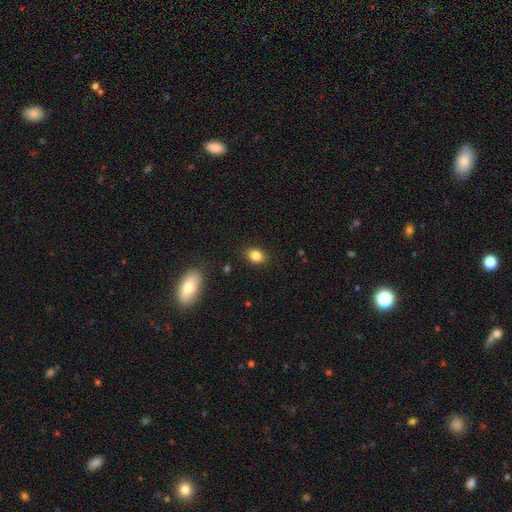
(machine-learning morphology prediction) type=smooth (84%); roundness=in between (71%); merging=none (87%).